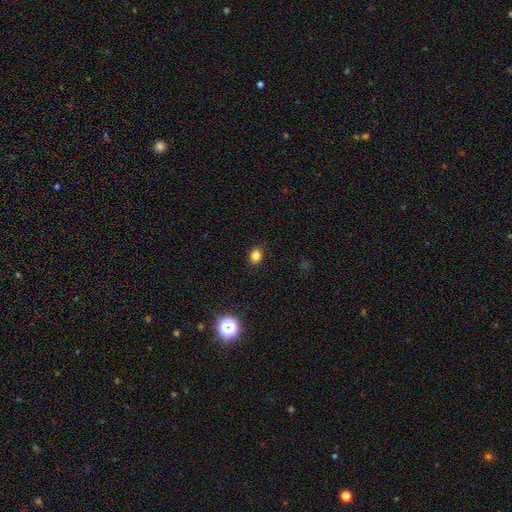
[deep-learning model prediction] smooth_or_featured: smooth (p=0.81) [alt: star or artifact p=0.14]
how_rounded: round (p=0.58) [alt: in between p=0.41]
merging: none (p=0.89) [alt: minor disturbance p=0.08]